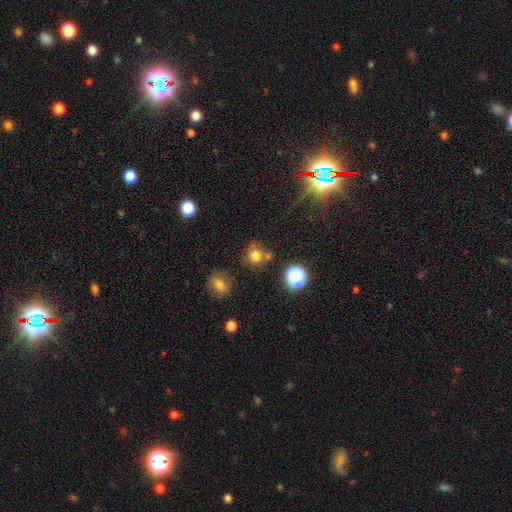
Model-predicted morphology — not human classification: Q: Smooth or featured?
A: smooth (74%); runner-up: star or artifact (17%)
Q: How rounded?
A: round (81%); runner-up: in between (18%)
Q: Merging?
A: none (60%); runner-up: merger (18%)